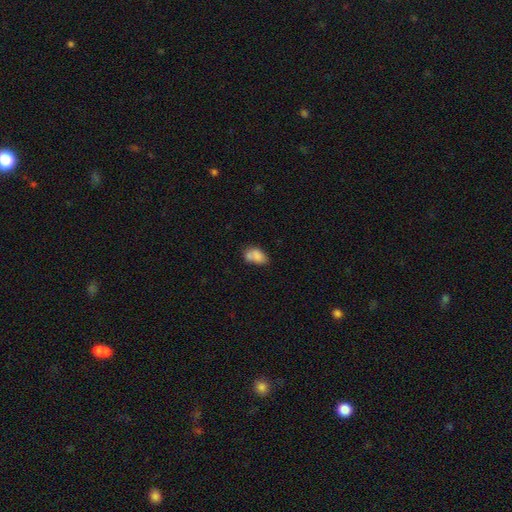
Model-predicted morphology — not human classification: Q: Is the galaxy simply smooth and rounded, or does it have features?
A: smooth — 77%.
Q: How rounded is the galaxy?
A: in between — 86%.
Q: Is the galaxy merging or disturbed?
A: merger — 38%.